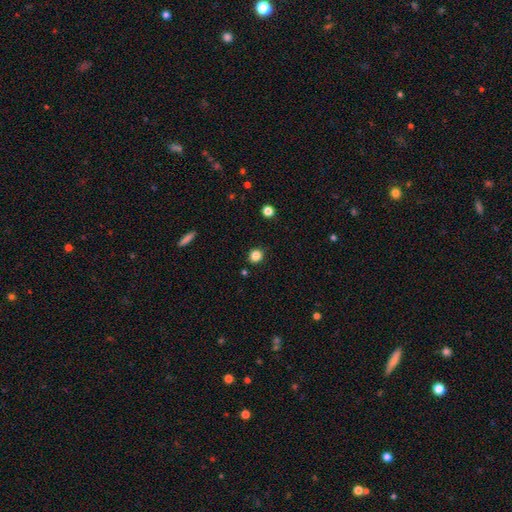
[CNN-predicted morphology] A smooth galaxy with no disk features (84%) that is round (86%).

Vote fractions:
- Smooth or featured? smooth: 84% / star or artifact: 12% / featured or disk: 4%
- How rounded? round: 86% / in between: 13% / cigar-shaped: 1%
- Merging? none: 89% / minor disturbance: 7% / major disturbance: 2% / merger: 2%